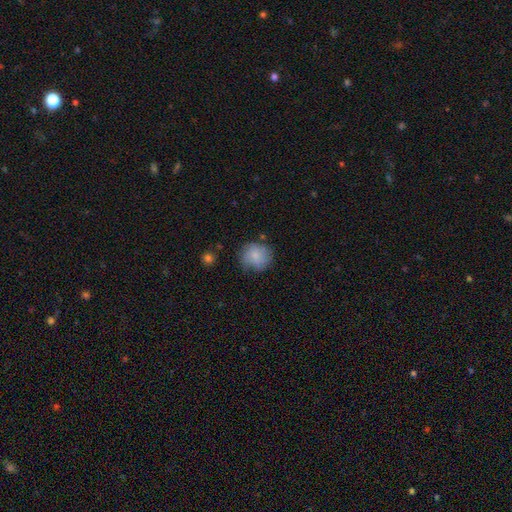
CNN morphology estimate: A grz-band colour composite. It shows a smooth galaxy with no disk features (68%) that is round (86%). Merging: none (64%).